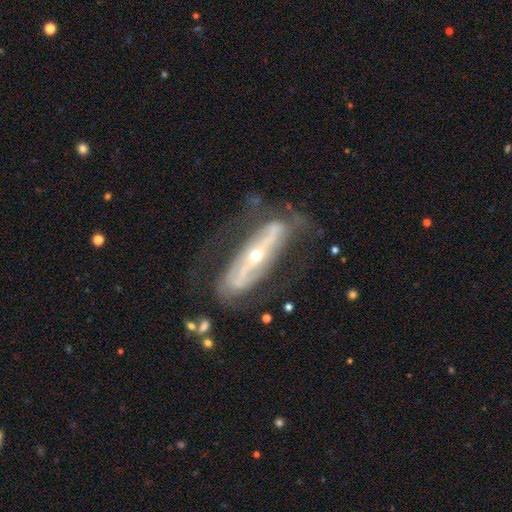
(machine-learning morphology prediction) A featured or disk galaxy (84%) with a strong bar (60%), spiral arms (71%) and a small central bulge (61%). Merging: none (58%).